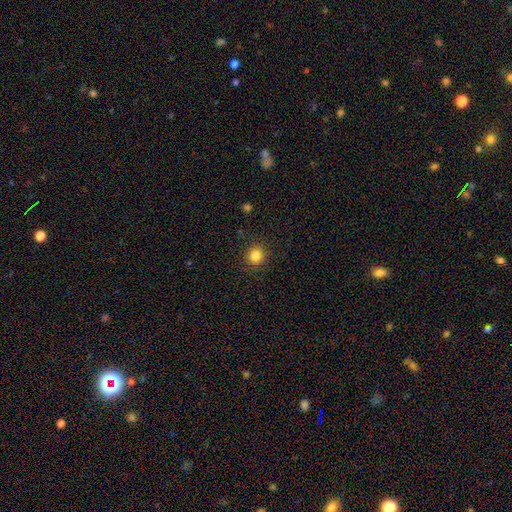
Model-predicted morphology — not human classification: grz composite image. It shows a smooth galaxy with no disk features (83%) that is round (93%). Merging: none (90%).